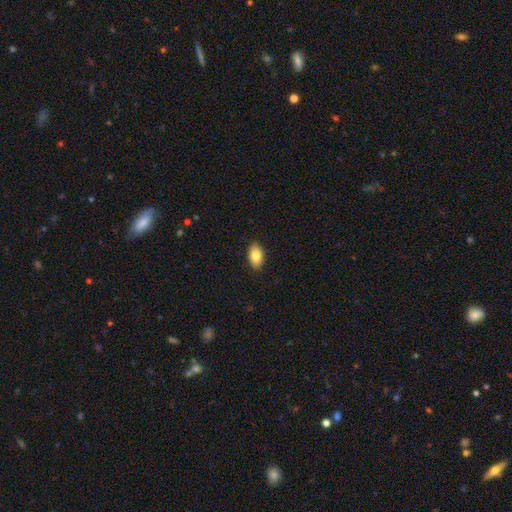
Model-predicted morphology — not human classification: A smooth galaxy with no disk features (83%) that is in between round and cigar-shaped (92%). Merging: none (89%).